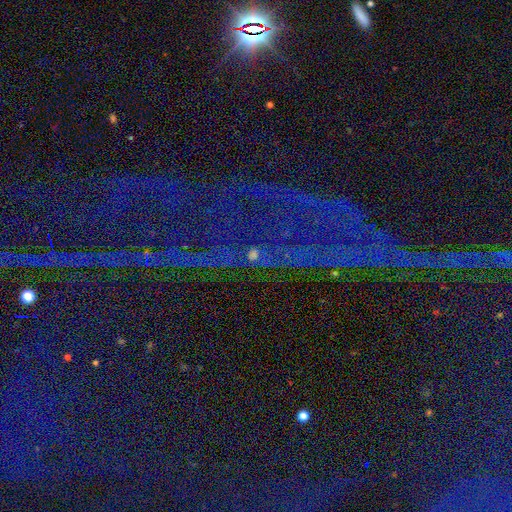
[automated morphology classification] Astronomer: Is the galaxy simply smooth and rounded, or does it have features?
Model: star or artifact — 84%.